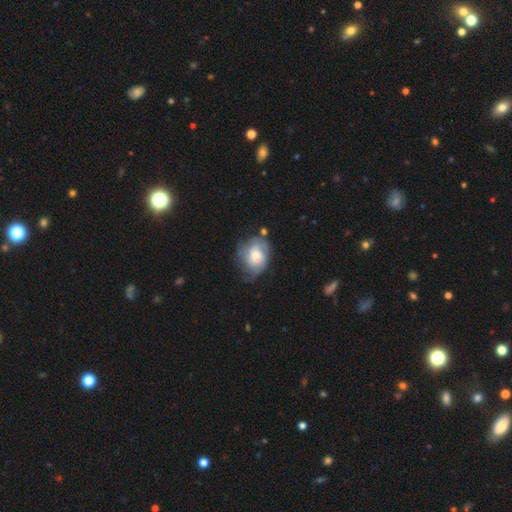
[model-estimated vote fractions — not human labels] Smooth or featured? Predicted: featured or disk (p=0.58). Edge-on disk? Predicted: no (p=0.97). Bar? Predicted: no (p=0.66). Spiral arms? Predicted: yes (p=0.80). Bulge size? Predicted: moderate (p=0.49). Merging? Predicted: none (p=0.50).